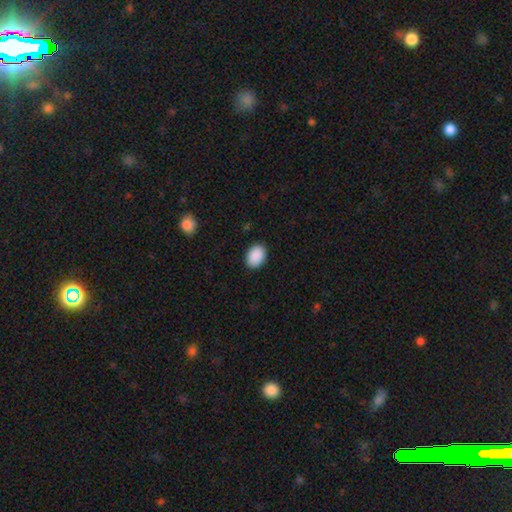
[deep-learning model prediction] Smooth or featured: smooth — 91% (star or artifact — 7%)
How rounded: in between — 75% (round — 24%)
Merging: none — 89% (minor disturbance — 8%)